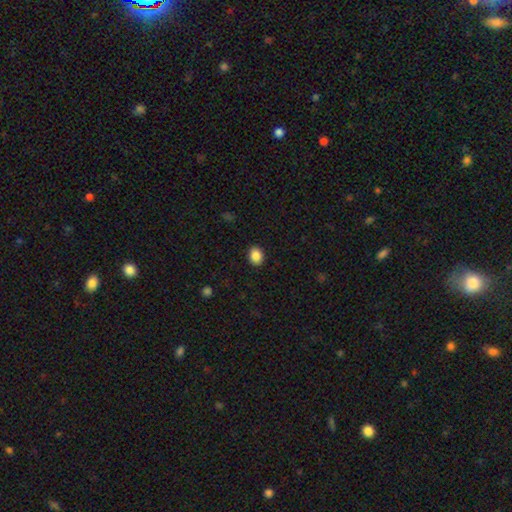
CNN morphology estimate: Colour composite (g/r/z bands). It shows a smooth galaxy with no disk features (87%) that is round (51%). Merging: none (91%).